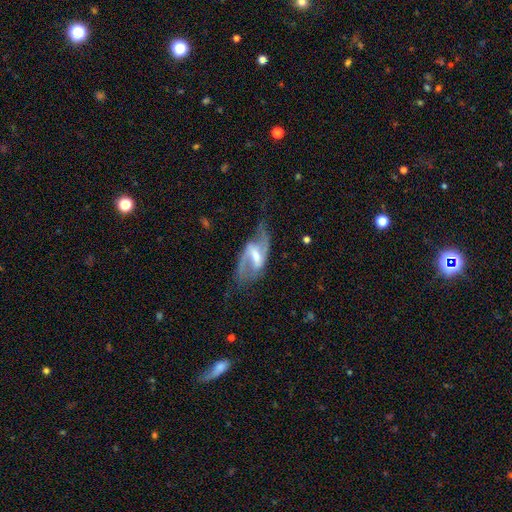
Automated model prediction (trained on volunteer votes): Q: Smooth or featured?
A: featured or disk (87%); runner-up: smooth (8%)
Q: Edge-on disk?
A: no (94%); runner-up: yes (6%)
Q: Bar?
A: strong (47%); runner-up: weak (43%)
Q: Spiral arms?
A: yes (94%); runner-up: no (6%)
Q: Spiral winding?
A: loose (47%); runner-up: medium (42%)
Q: Spiral arm count?
A: 2 (89%); runner-up: can't tell (4%)
Q: Bulge size?
A: moderate (51%); runner-up: small (37%)
Q: Merging?
A: none (61%); runner-up: minor disturbance (21%)